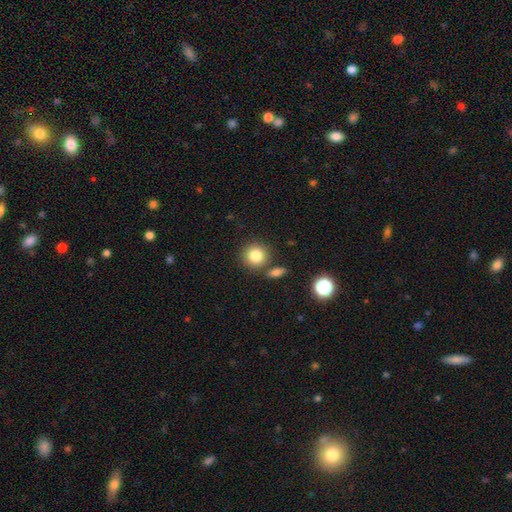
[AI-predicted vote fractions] Overall: smooth (83%). How rounded: round (91%). Merging: none (77%).